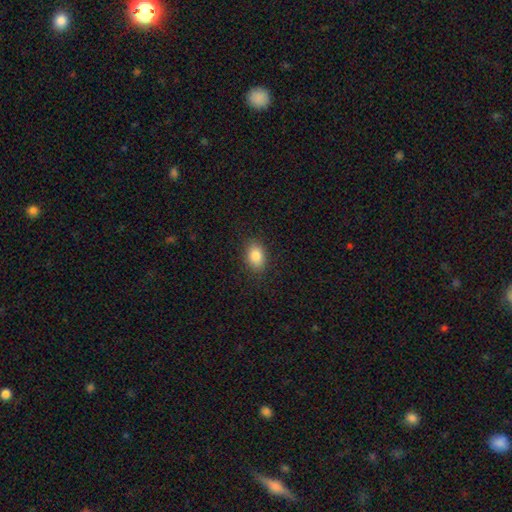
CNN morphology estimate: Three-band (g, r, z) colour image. It shows a smooth galaxy with no disk features (85%) that is in between round and cigar-shaped (80%). Merging: none (88%).